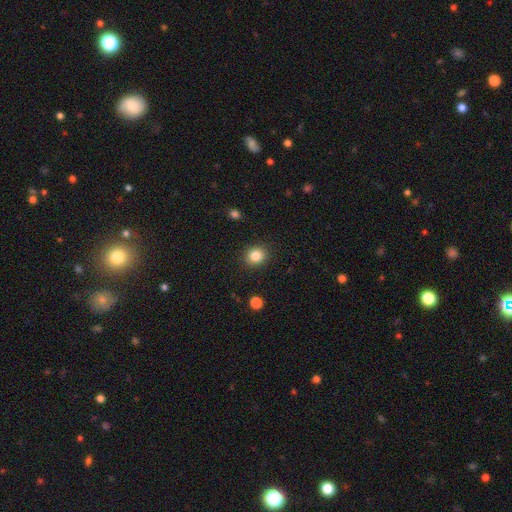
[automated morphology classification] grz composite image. It shows a smooth galaxy with no disk features (84%) that is round (74%). Merging: none (90%).